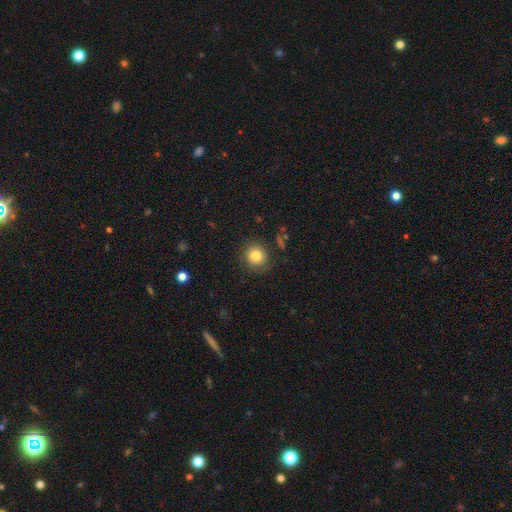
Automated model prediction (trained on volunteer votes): This is clearly a smooth galaxy (81%). How rounded: clearly round (90%). Merging: clearly none (86%).